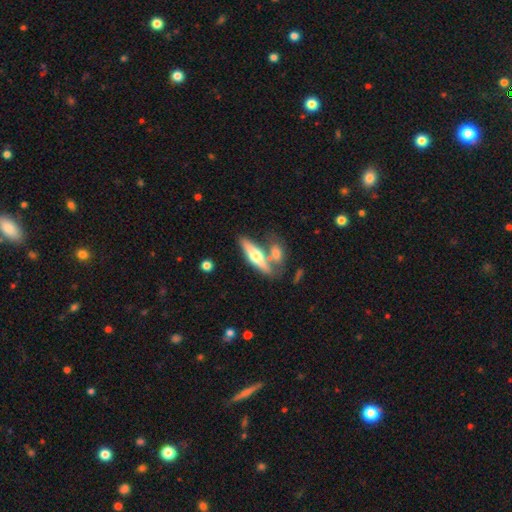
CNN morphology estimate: The model was most divided on "smooth or featured": featured or disk: 55%, smooth: 39%, star or artifact: 6%. More confident: edge-on disk — yes (91%); merging — none (55%).